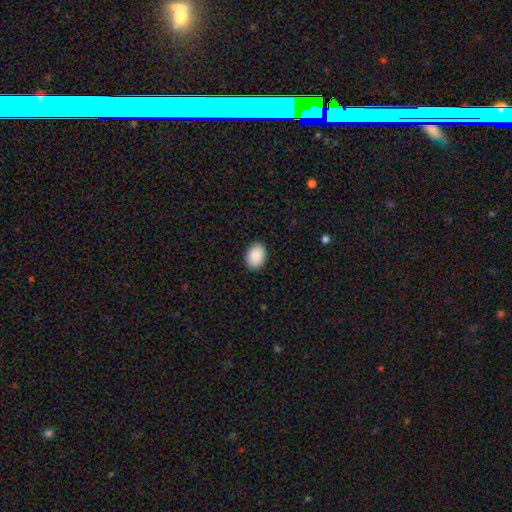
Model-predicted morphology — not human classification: A smooth galaxy with no disk features (91%) that is in between round and cigar-shaped (74%).

Vote fractions:
- Smooth or featured? smooth: 91% / star or artifact: 7% / featured or disk: 2%
- How rounded? in between: 74% / round: 25% / cigar-shaped: 1%
- Merging? none: 90% / minor disturbance: 7% / major disturbance: 2% / merger: 1%